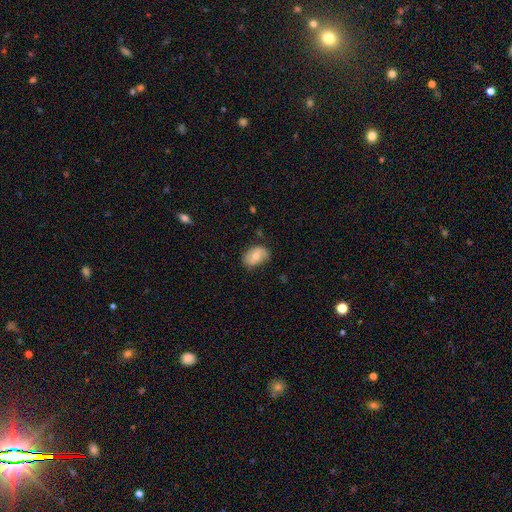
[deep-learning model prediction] smooth-or-featured: smooth: 61% | featured or disk: 31% | star or artifact: 7%
  how-rounded: in between: 84% | round: 14% | cigar-shaped: 1%
  merging: none: 67% | minor disturbance: 26% | major disturbance: 6% | merger: 2%